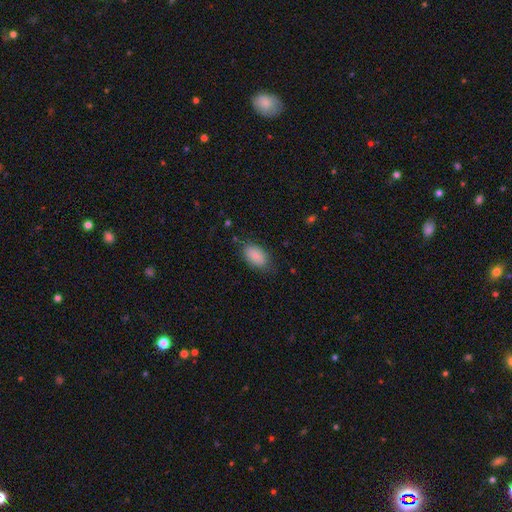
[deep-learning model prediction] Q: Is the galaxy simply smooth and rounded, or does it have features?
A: smooth — 84%.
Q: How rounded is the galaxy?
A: in between — 91%.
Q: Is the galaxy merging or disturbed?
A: none — 75%.